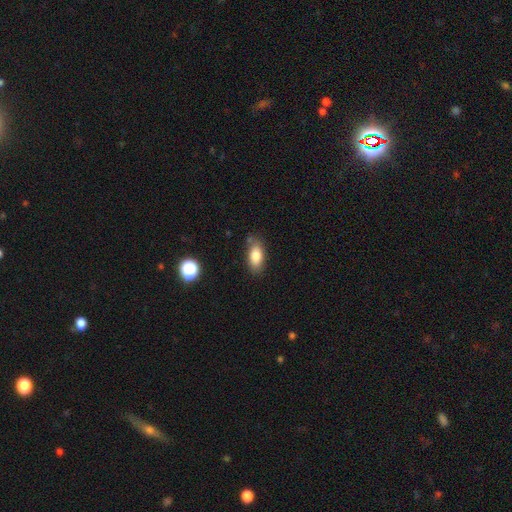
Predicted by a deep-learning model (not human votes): Overall: smooth (83%). How rounded: in between (88%). Merging: none (78%).